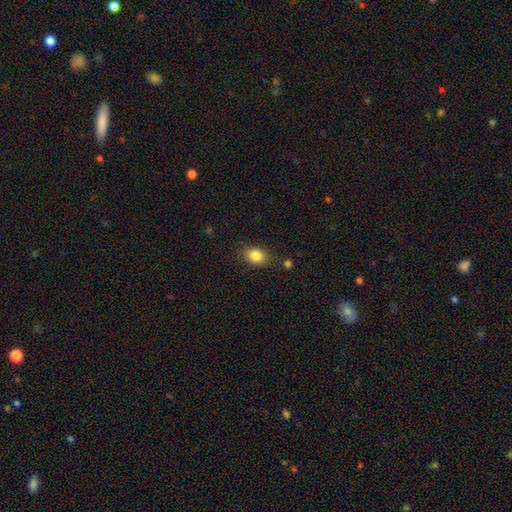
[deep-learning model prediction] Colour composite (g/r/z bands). It shows a smooth galaxy with no disk features (84%) that is in between round and cigar-shaped (60%). Merging: none (80%).